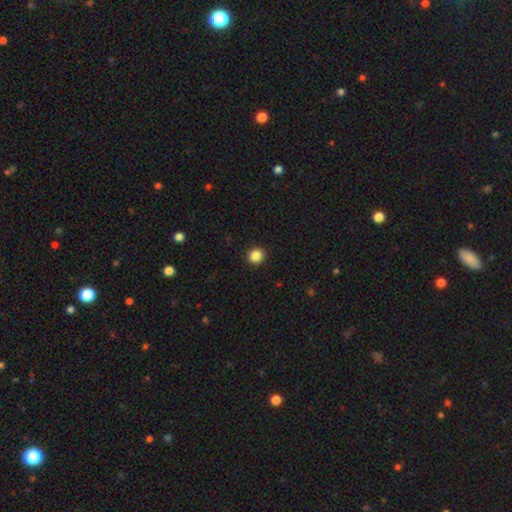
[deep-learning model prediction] smooth-or-featured: smooth: 87% | star or artifact: 10% | featured or disk: 3%
  how-rounded: round: 87% | in between: 12% | cigar-shaped: 1%
  merging: none: 93% | minor disturbance: 5% | major disturbance: 2% | merger: 1%